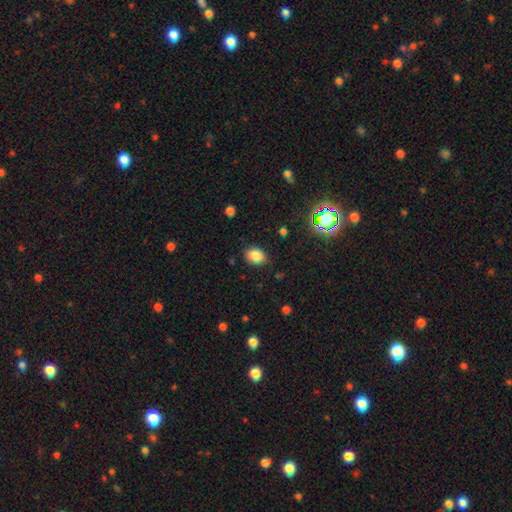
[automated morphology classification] Q: Smooth or featured?
A: smooth (83%); runner-up: star or artifact (12%)
Q: How rounded?
A: in between (63%); runner-up: round (36%)
Q: Merging?
A: none (85%); runner-up: minor disturbance (11%)